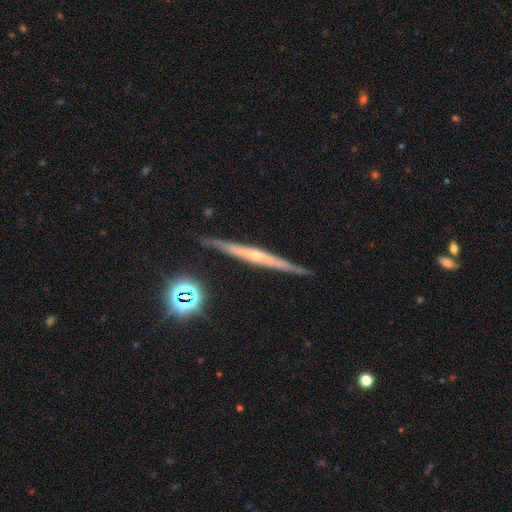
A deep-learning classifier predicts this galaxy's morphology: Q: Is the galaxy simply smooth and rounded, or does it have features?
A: featured or disk — 70%.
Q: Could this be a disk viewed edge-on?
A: yes — 97%.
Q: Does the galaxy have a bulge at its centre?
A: rounded — 52%.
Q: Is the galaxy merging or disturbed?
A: none — 88%.